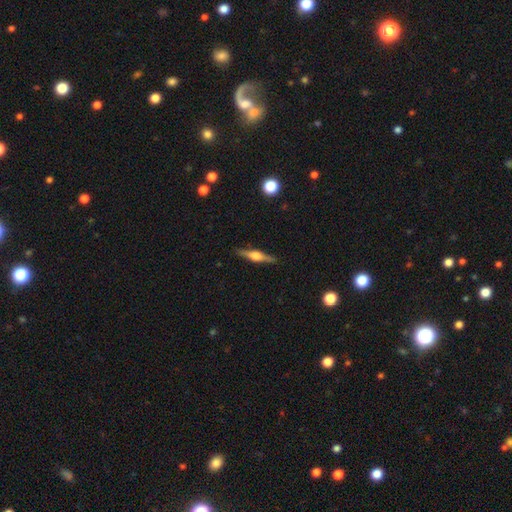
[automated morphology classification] smooth-or-featured: featured or disk: 76% | smooth: 18% | star or artifact: 6%
  disk-edge-on: yes: 98% | no: 2%
    edge-on-bulge: rounded: 91% | boxy: 7% | none: 2%
  merging: none: 90% | minor disturbance: 7% | major disturbance: 2% | merger: 1%